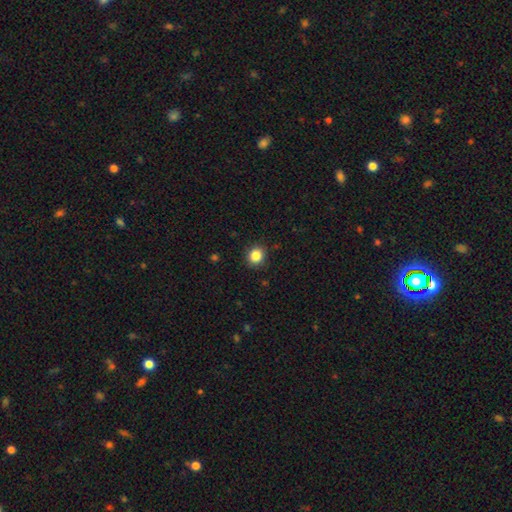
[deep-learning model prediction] This appears to be a smooth galaxy with no disk features (86%) that is round (76%). Merging: none (89%).